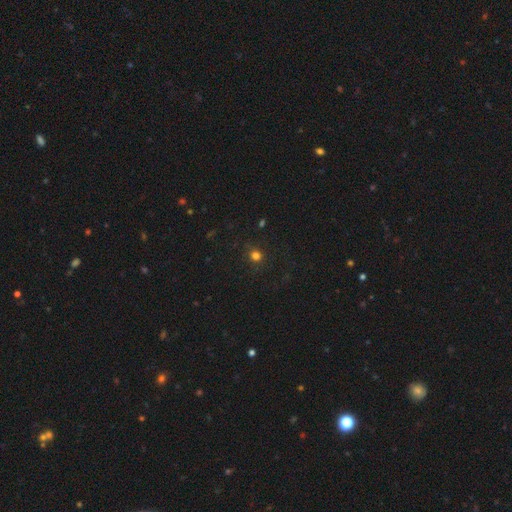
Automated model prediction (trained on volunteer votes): Morphology: type=smooth (76%); roundness=round (88%); merging=none (86%).